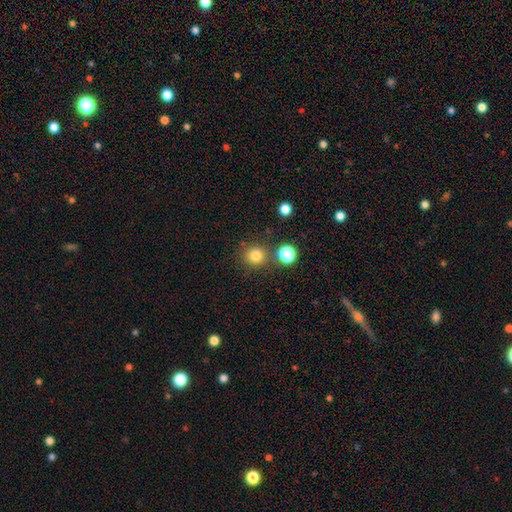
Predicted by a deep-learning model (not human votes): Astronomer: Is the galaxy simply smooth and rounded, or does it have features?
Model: smooth — 78%.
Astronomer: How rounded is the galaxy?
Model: round — 92%.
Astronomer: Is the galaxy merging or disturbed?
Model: none — 80%.